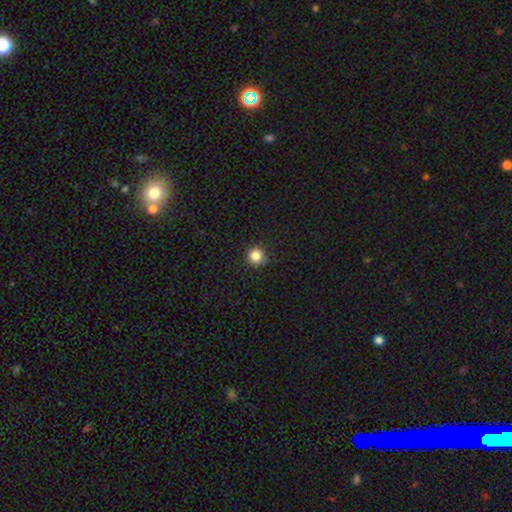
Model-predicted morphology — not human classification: Q: Smooth or featured?
A: smooth (84%); runner-up: star or artifact (12%)
Q: How rounded?
A: round (95%); runner-up: in between (4%)
Q: Merging?
A: none (87%); runner-up: minor disturbance (9%)